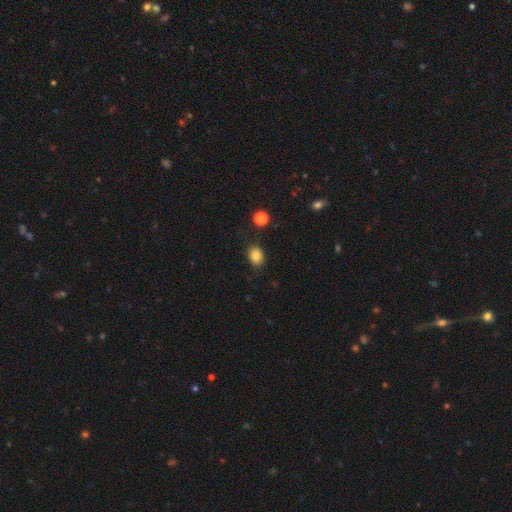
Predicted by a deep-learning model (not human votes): Smooth or featured: smooth — 84% (star or artifact — 11%)
How rounded: in between — 54% (round — 45%)
Merging: none — 84% (minor disturbance — 11%)